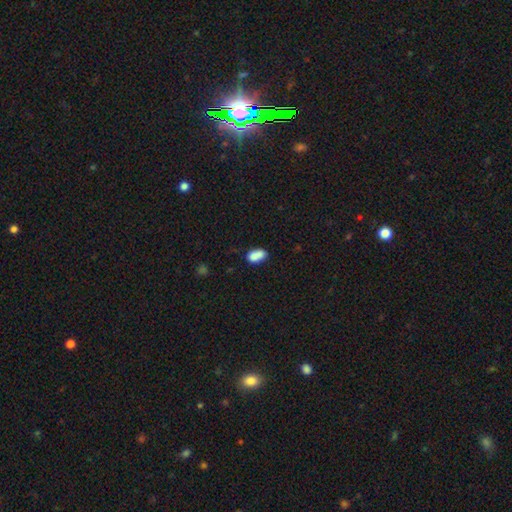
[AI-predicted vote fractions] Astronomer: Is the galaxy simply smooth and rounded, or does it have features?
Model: smooth — 80%.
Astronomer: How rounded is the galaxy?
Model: in between — 88%.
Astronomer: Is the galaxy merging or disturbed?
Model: none — 44% (runner-up: merger, 28%).